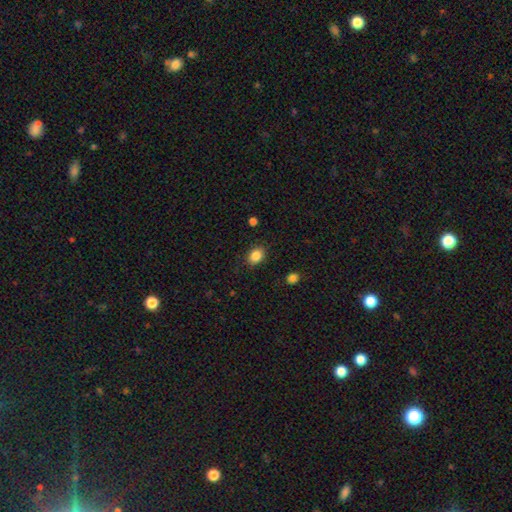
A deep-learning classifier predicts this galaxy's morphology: A smooth galaxy with no disk features (86%) that is in between round and cigar-shaped (66%). Merging: none (85%).